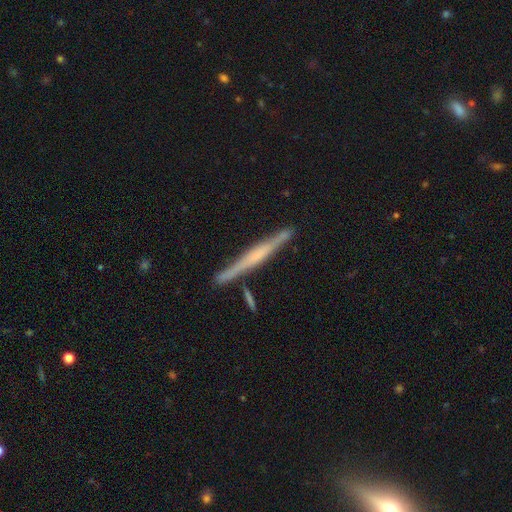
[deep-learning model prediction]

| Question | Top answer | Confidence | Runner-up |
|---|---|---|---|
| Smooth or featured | featured or disk | 71% | smooth (24%) |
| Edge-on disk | yes | 97% | no (3%) |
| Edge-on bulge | none | 40% | tied: rounded (40%) |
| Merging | none | 85% | minor disturbance (10%) |